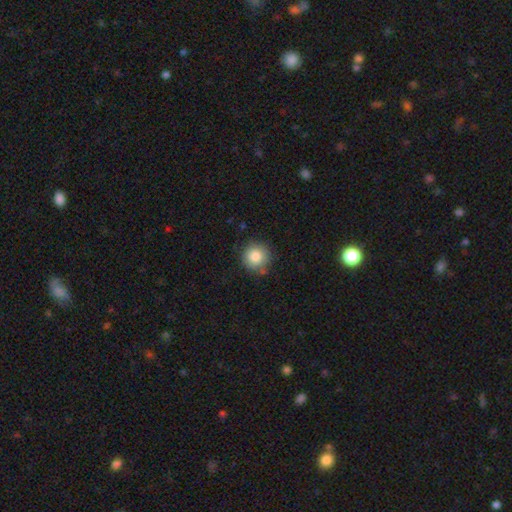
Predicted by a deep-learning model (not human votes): A smooth galaxy with no disk features (85%) that is round (94%). Merging: none (84%).